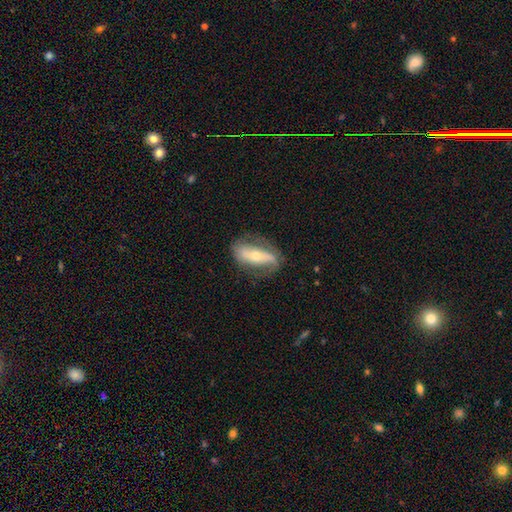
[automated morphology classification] Smooth or featured?
  - featured or disk: 70% *
  - smooth: 23%
  - star or artifact: 6%
Edge-on disk?
  - no: 83% *
  - yes: 17%
Bar?
  - strong: 47% *
  - no: 32%
  - weak: 21%
Spiral arms?
  - yes: 78% *
  - no: 22%
Bulge size?
  - moderate: 48% *
  - small: 47%
  - large: 3%
  - none: 1%
  - dominant: 1%
Merging?
  - none: 71% *
  - minor disturbance: 19%
  - major disturbance: 9%
  - merger: 1%